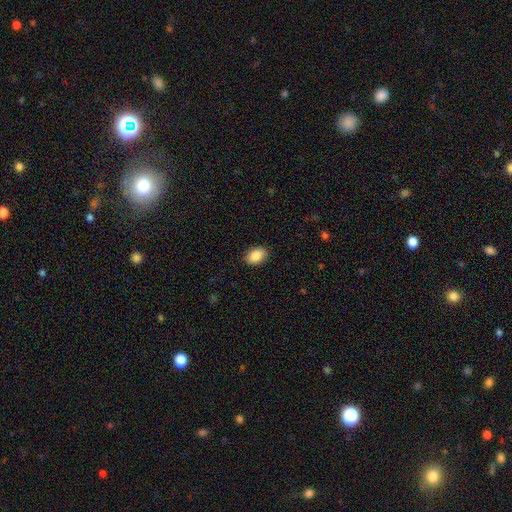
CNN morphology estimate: This is clearly a smooth galaxy (87%). How rounded: clearly in between (84%). Merging: clearly none (89%).